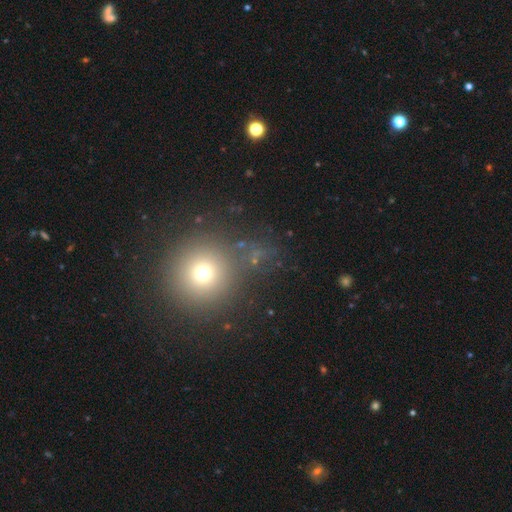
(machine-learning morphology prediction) Overall: smooth (59%; star or artifact 30%). How rounded: round (90%). Merging: none (77%).